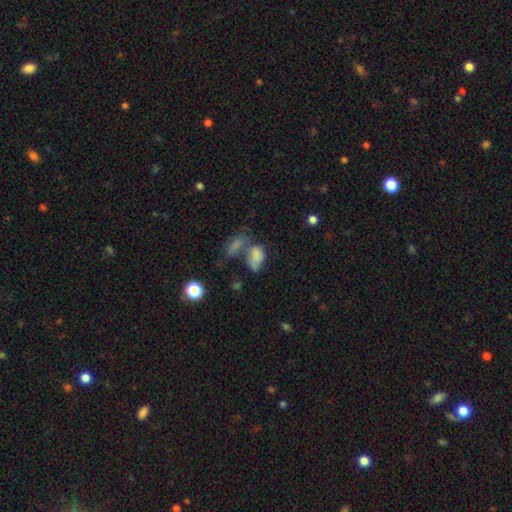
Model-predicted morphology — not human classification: The model was most divided on "merging": merger: 55%, none: 20%, major disturbance: 13%, minor disturbance: 12%. More confident: how rounded — in between (87%); smooth or featured — smooth (73%).